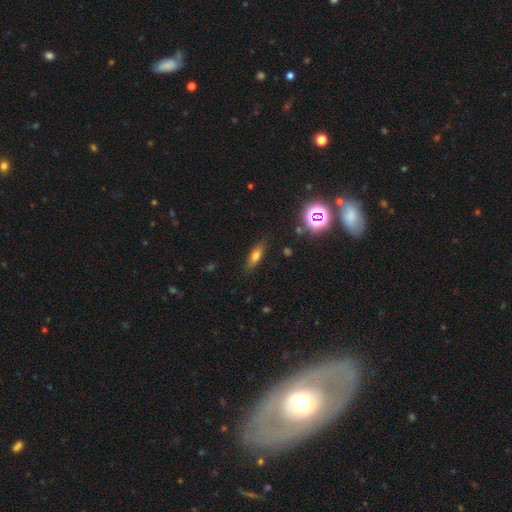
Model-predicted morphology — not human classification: smooth-or-featured: smooth: 65% | featured or disk: 22% | star or artifact: 13%
  how-rounded: in between: 57% | cigar-shaped: 38% | round: 5%
  merging: none: 83% | minor disturbance: 12% | major disturbance: 3% | merger: 2%